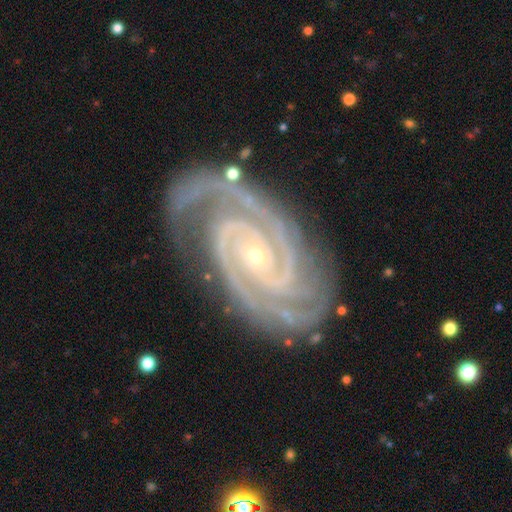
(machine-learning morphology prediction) Overall: featured or disk (94%). Edge-on disk: no (98%). Bar: no (61%; weak 23%). Spiral arms: yes (99%). Spiral arm count: 2 (53%; 3 21%). Spiral winding: tight (79%). Bulge size: small (86%). Merging: none (79%).